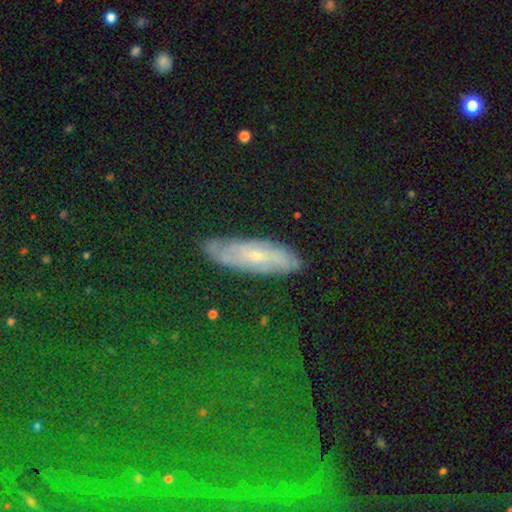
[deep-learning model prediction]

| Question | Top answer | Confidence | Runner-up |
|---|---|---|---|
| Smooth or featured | featured or disk | 60% | smooth (28%) |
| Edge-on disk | no | 73% | yes (27%) |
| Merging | none | 79% | minor disturbance (16%) |